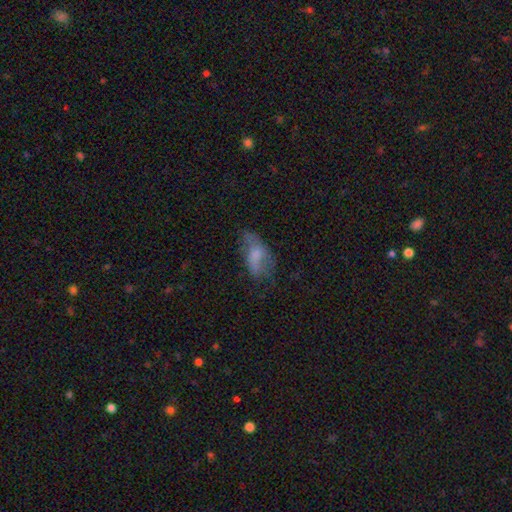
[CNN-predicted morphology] Smooth or featured: smooth — 60% (featured or disk — 31%)
How rounded: in between — 89% (cigar-shaped — 7%)
Merging: none — 42% (minor disturbance — 31%)